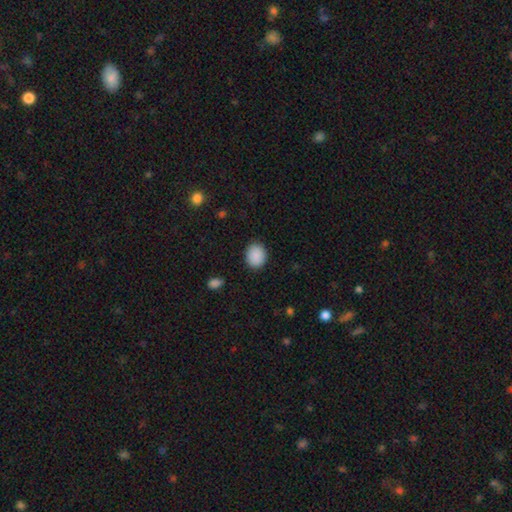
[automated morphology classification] This is clearly a smooth galaxy (90%). How rounded: possibly round (56%). Merging: clearly none (89%).